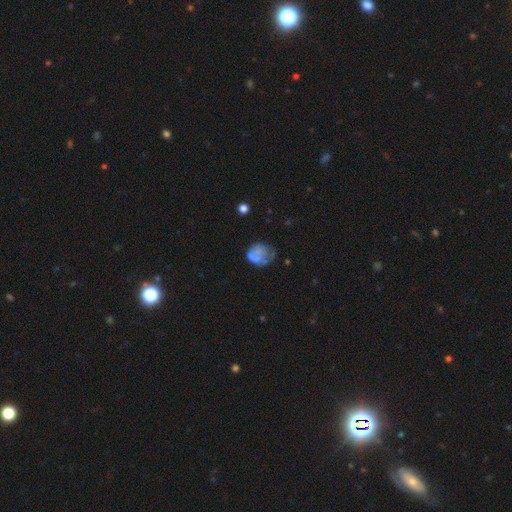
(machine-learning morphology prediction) The model was most divided on "smooth or featured": smooth: 45%, featured or disk: 44%, star or artifact: 10%. Remaining: merging — none (36%).